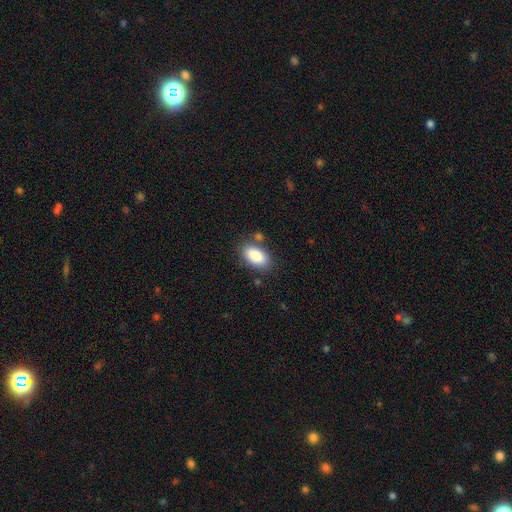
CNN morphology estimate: Smooth or featured: smooth — 87% (star or artifact — 7%)
How rounded: in between — 93% (round — 4%)
Merging: none — 77% (minor disturbance — 13%)